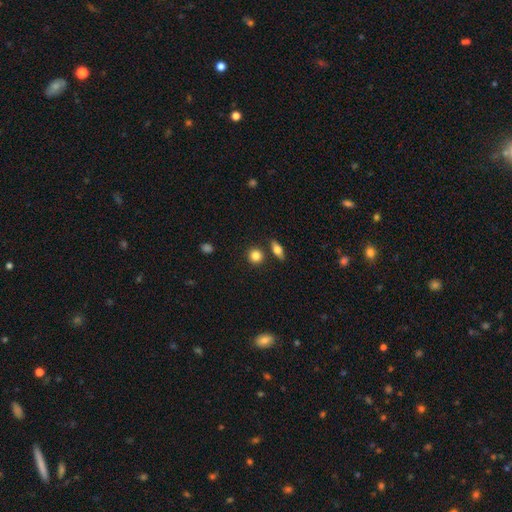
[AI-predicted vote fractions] smooth_or_featured: smooth (p=0.84) [alt: star or artifact p=0.09]
how_rounded: round (p=0.86) [alt: in between p=0.12]
merging: none (p=0.82) [alt: minor disturbance p=0.08]